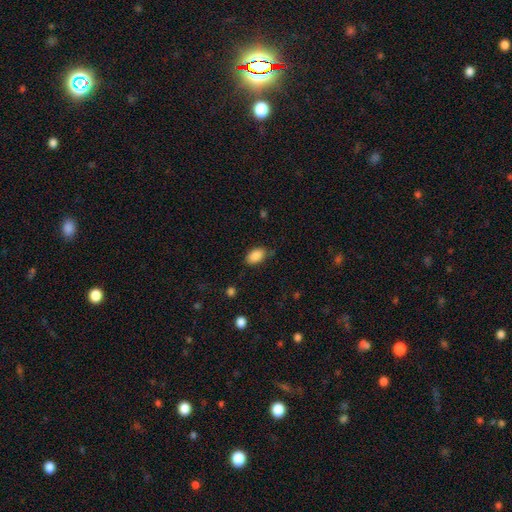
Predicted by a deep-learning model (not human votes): smooth_or_featured: smooth (p=0.88) [alt: star or artifact p=0.08]
how_rounded: in between (p=0.91) [alt: round p=0.08]
merging: none (p=0.76) [alt: minor disturbance p=0.18]